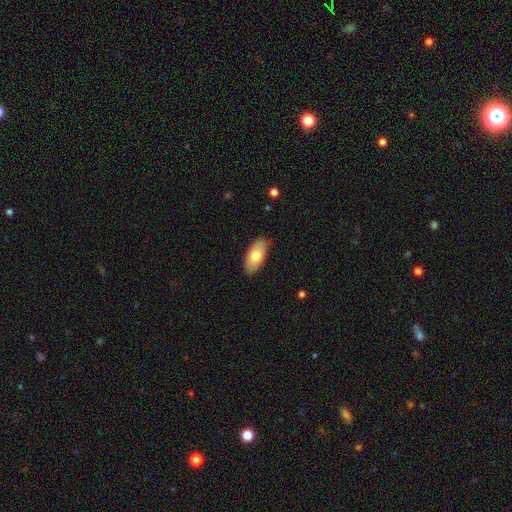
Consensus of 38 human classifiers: Smooth or featured? 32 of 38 (84%) said smooth. How rounded? 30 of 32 (94%) said in between. Merging? 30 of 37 (81%) said none.